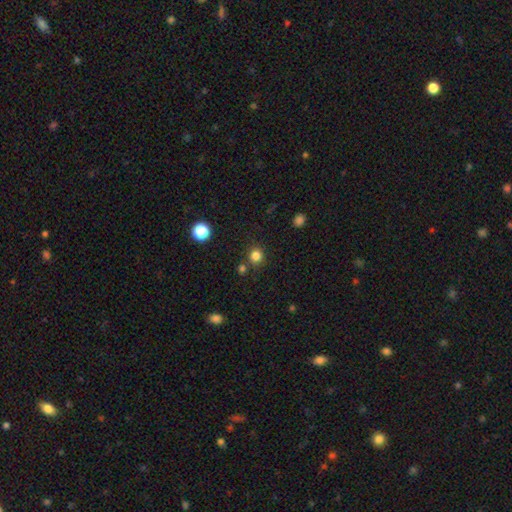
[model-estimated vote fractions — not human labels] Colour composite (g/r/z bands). It shows a smooth galaxy with no disk features (82%) that is round (89%). Merging: none (82%).